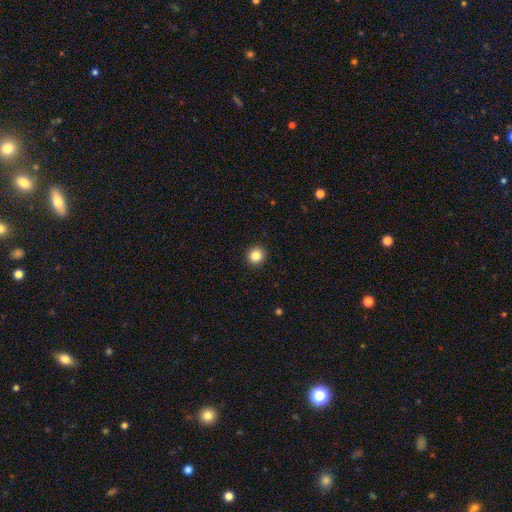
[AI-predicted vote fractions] Smooth or featured?
  - smooth: 84% *
  - star or artifact: 11%
  - featured or disk: 5%
How rounded?
  - round: 94% *
  - in between: 5%
  - cigar-shaped: 1%
Merging?
  - none: 93% *
  - minor disturbance: 4%
  - major disturbance: 2%
  - merger: 1%